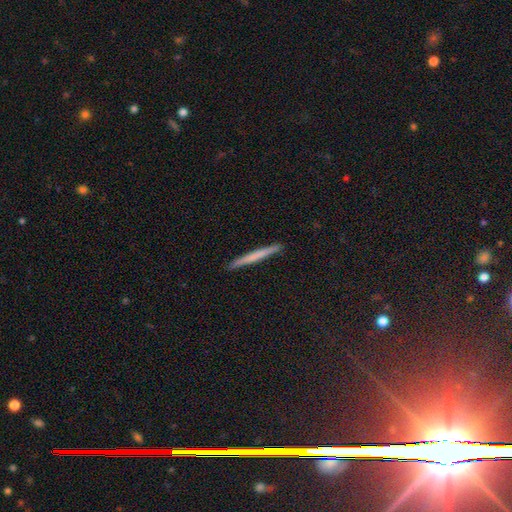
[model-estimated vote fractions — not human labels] Smooth or featured: smooth — 59% (featured or disk — 34%)
How rounded: cigar-shaped — 97% (in between — 2%)
Merging: none — 92% (minor disturbance — 6%)